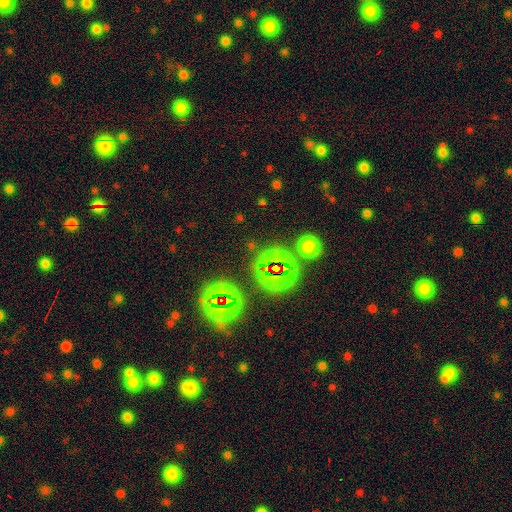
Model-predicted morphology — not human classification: Q: Smooth or featured?
A: star or artifact (68%); runner-up: smooth (17%)